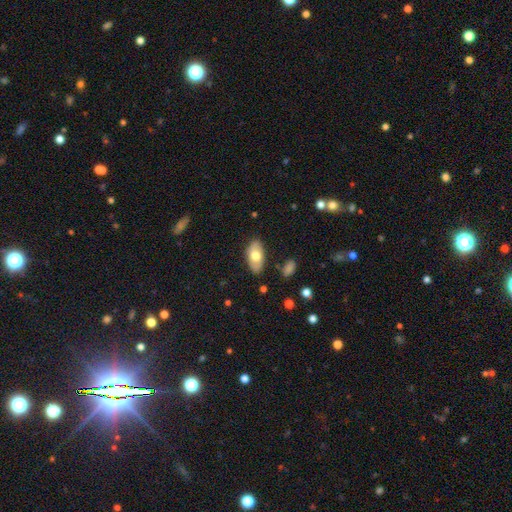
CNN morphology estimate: type=smooth (67%); roundness=in between (93%); merging=none (82%).